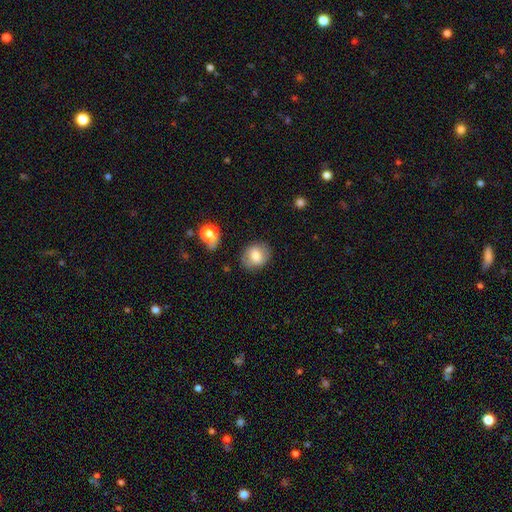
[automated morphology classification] Overall: smooth (74%). How rounded: round (59%; in between 40%). Merging: none (82%).